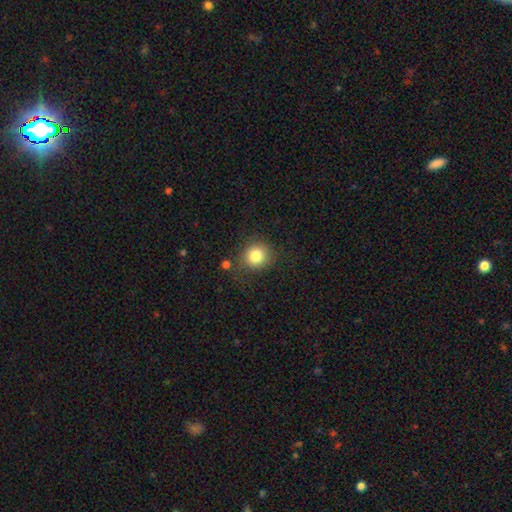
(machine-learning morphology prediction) Q: Smooth or featured?
A: smooth (82%); runner-up: star or artifact (11%)
Q: How rounded?
A: round (88%); runner-up: in between (11%)
Q: Merging?
A: none (79%); runner-up: minor disturbance (13%)